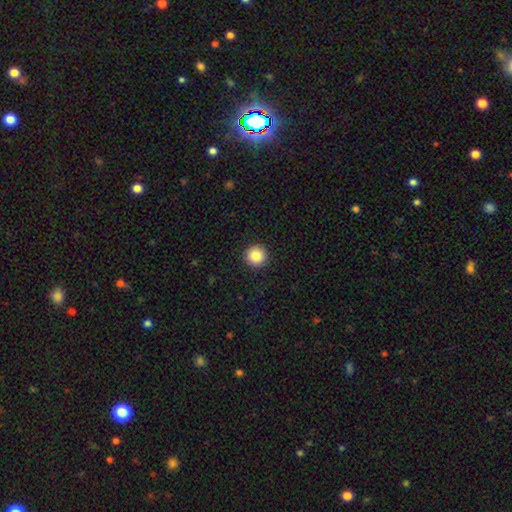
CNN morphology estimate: type=smooth (86%); roundness=round (95%); merging=none (93%).